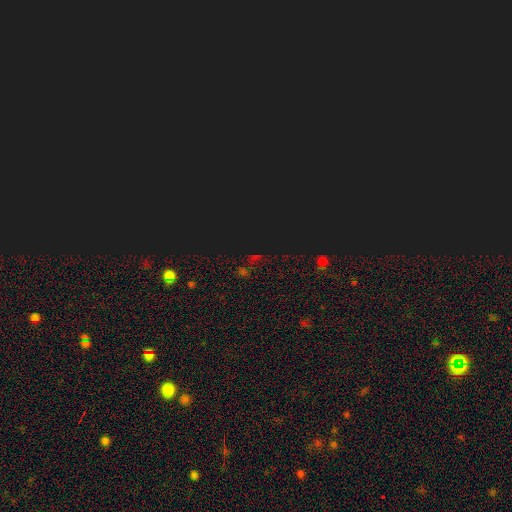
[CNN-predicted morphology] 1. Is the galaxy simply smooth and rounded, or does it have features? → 77% star or artifact, 16% smooth, 7% featured or disk.